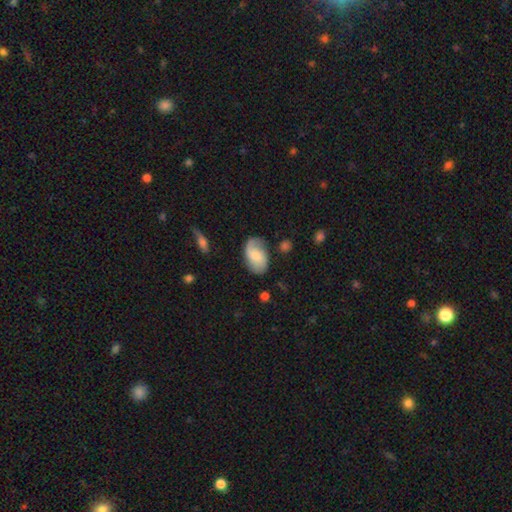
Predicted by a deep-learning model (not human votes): This is possibly a smooth galaxy (49%). Merging: likely none (69%).